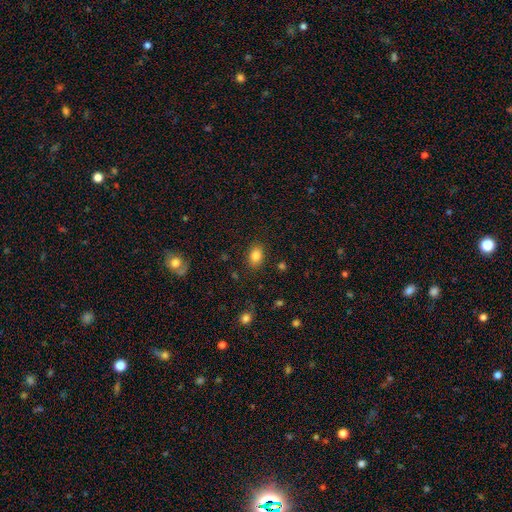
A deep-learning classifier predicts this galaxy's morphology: Smooth or featured? smooth (84%)
How rounded? in between (78%)
Merging? none (86%)